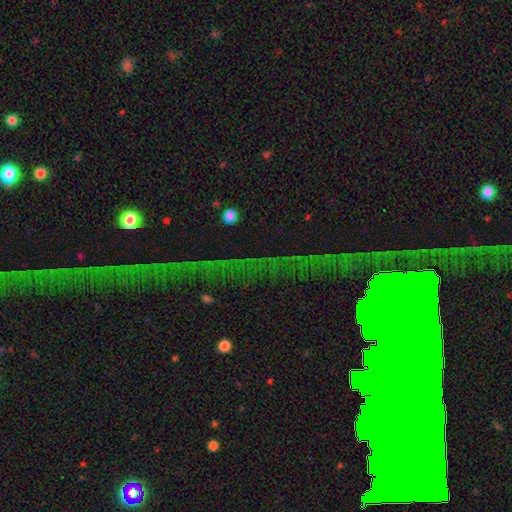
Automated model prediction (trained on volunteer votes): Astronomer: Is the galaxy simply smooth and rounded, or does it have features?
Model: star or artifact — 70%.